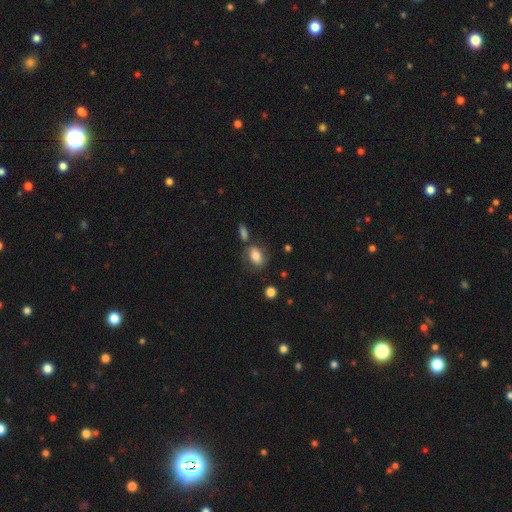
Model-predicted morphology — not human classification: This is likely a smooth galaxy (73%). How rounded: likely in between (79%). Merging: likely none (62%).